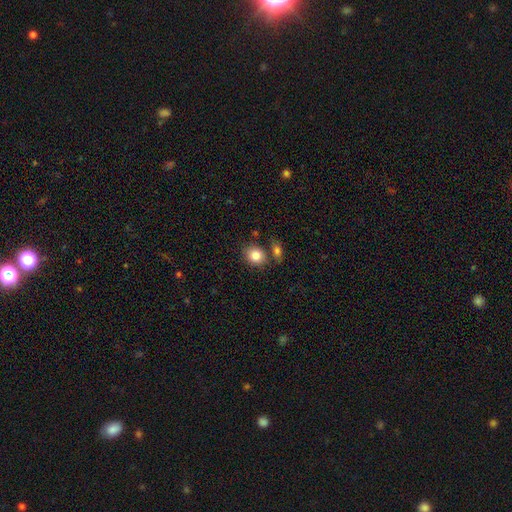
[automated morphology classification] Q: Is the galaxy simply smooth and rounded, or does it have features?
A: smooth — 84%.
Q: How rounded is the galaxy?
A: round — 60%.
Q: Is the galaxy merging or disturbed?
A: none — 69%.